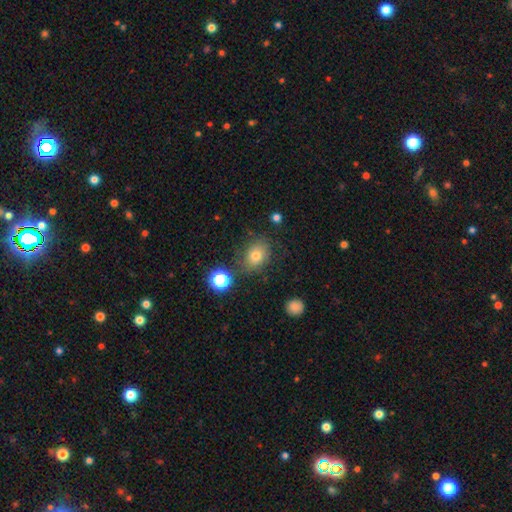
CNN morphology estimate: This appears to be a smooth galaxy with no disk features (73%) that is in between round and cigar-shaped (50%). Merging: none (74%).